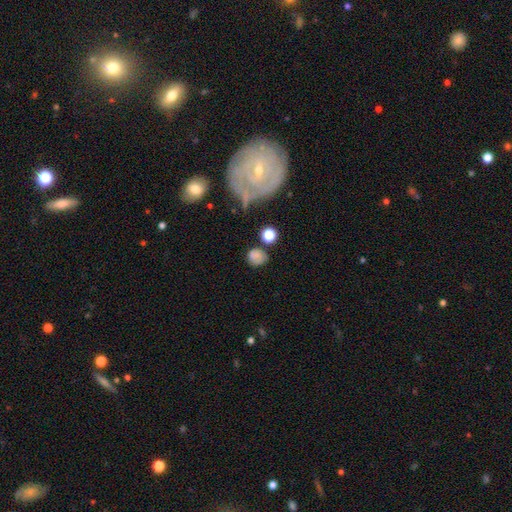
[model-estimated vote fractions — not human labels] Smooth or featured? Predicted: smooth (p=0.67). How rounded? Predicted: round (p=0.74). Merging? Predicted: none (p=0.58).